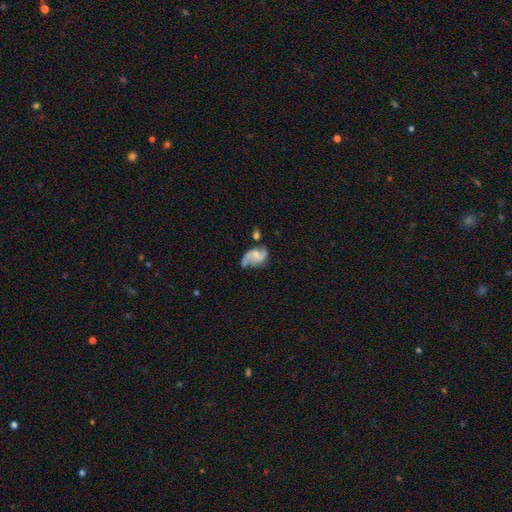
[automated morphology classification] smooth_or_featured: featured or disk (p=0.82) [alt: smooth p=0.11]
disk_edge_on: no (p=0.98) [alt: yes p=0.02]
bar: no (p=0.48) [alt: weak p=0.41]
has_spiral_arms: yes (p=0.94) [alt: no p=0.06]
spiral_winding: loose (p=0.58) [alt: medium p=0.34]
spiral_arm_count: 2 (p=0.91) [alt: 1 p=0.03]
bulge_size: small (p=0.49) [alt: moderate p=0.29]
merging: none (p=0.52) [alt: minor disturbance p=0.22]